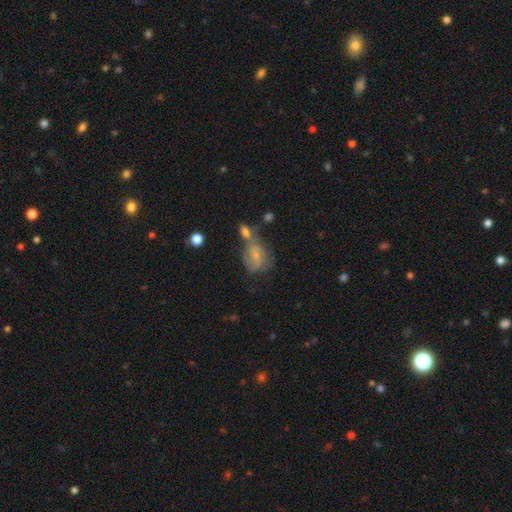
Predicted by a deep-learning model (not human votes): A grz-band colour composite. It shows a featured or disk galaxy (49%). Merging: none (35%).